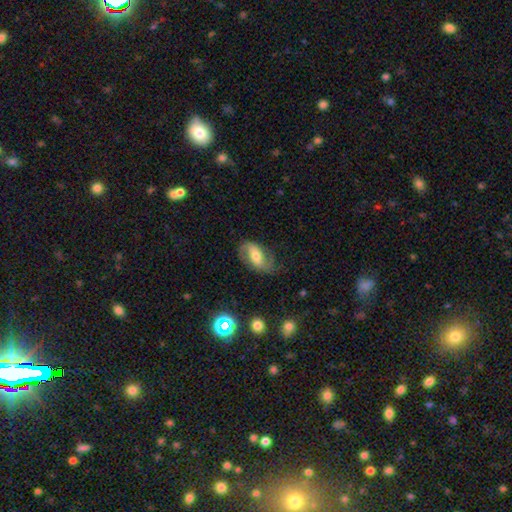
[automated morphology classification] This is likely a featured or disk galaxy (65%). It is clearly not viewed edge-on (95%). Bar: marginally weak (39%). Spiral arm pattern: clearly yes (89%). Spiral arm count: clearly 2 (84%). Spiral winding: marginally medium (42%). Central bulge: possibly moderate (58%). Merging: likely none (68%).